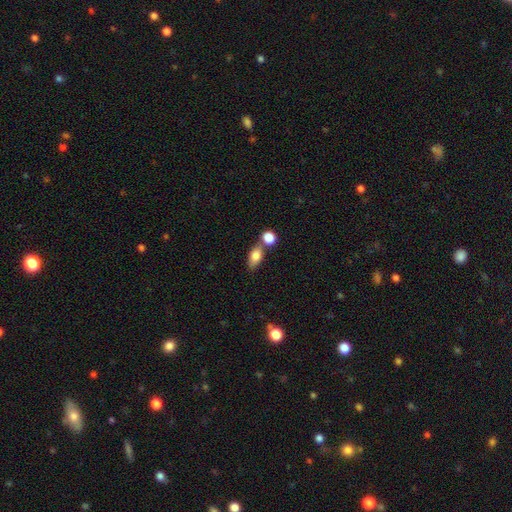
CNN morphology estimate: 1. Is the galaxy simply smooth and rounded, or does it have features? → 79% smooth, 12% featured or disk, 9% star or artifact.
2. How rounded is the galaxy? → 81% in between, 12% round, 7% cigar-shaped.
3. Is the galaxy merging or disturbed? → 55% none, 28% merger, 13% minor disturbance, 4% major disturbance.